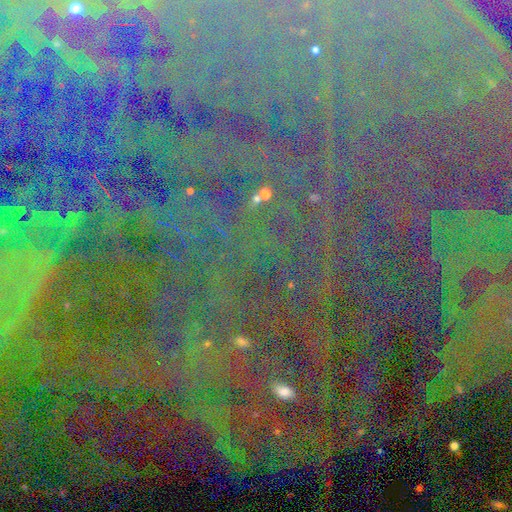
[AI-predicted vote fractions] This is clearly a star or artifact rather than a galaxy (86%).